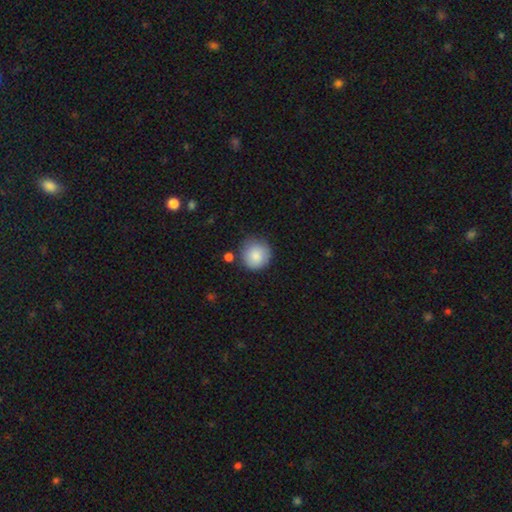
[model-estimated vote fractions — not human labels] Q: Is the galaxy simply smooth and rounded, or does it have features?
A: smooth — 86%.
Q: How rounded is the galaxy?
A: round — 93%.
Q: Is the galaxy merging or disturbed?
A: none — 77%.